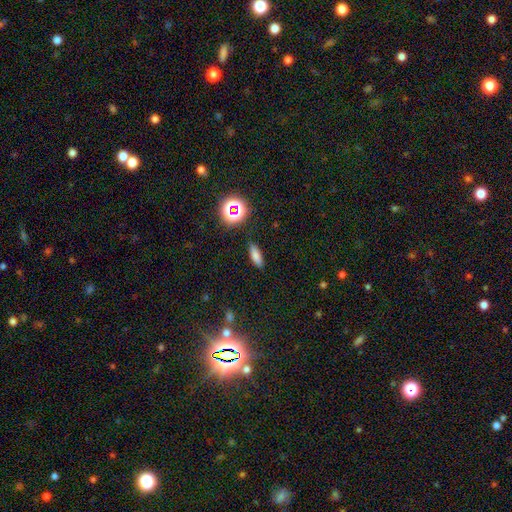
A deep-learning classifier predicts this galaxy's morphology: A smooth galaxy with no disk features (75%) that is in between round and cigar-shaped (56%).

Vote fractions:
- Smooth or featured? smooth: 75% / star or artifact: 16% / featured or disk: 9%
- How rounded? in between: 56% / cigar-shaped: 38% / round: 6%
- Merging? none: 87% / minor disturbance: 9% / major disturbance: 3% / merger: 2%